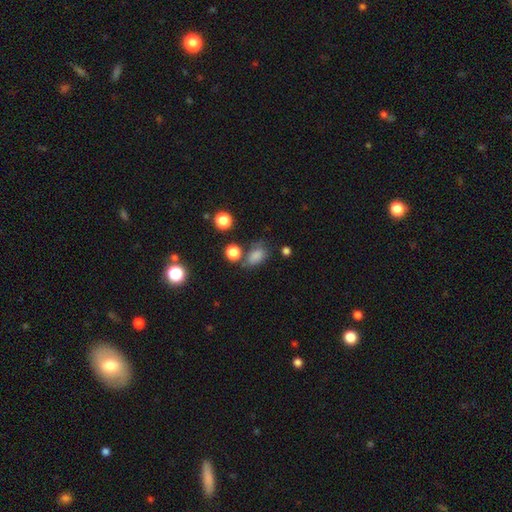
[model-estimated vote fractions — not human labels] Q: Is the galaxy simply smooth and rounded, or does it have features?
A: smooth — 80%.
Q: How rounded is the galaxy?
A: in between — 80%.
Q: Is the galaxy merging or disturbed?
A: none — 57%.